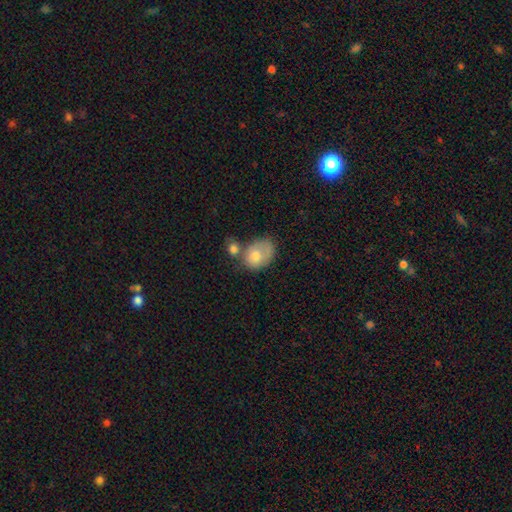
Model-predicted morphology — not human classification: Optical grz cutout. It shows a smooth galaxy with no disk features (70%) that is in between round and cigar-shaped (65%). Merging: merger (32%).